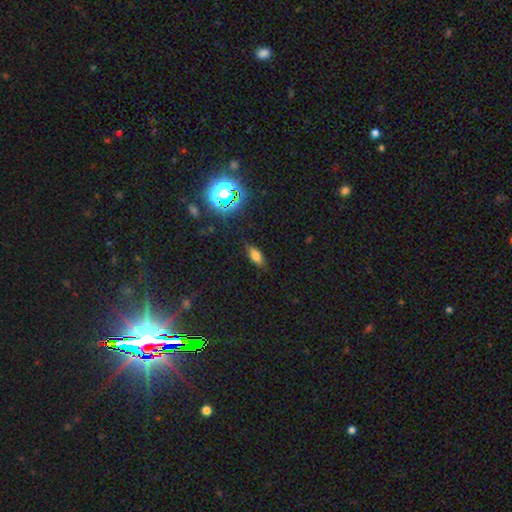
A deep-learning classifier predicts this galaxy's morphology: A smooth galaxy with no disk features (69%) that is in between round and cigar-shaped (79%). Merging: none (83%).